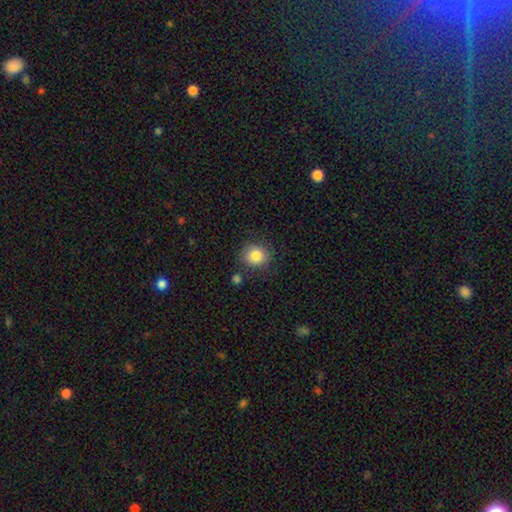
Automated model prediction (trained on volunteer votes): A smooth galaxy with no disk features (85%) that is round (78%).

Vote fractions:
- Smooth or featured? smooth: 85% / star or artifact: 9% / featured or disk: 6%
- How rounded? round: 78% / in between: 21% / cigar-shaped: 1%
- Merging? none: 80% / minor disturbance: 12% / merger: 4% / major disturbance: 4%